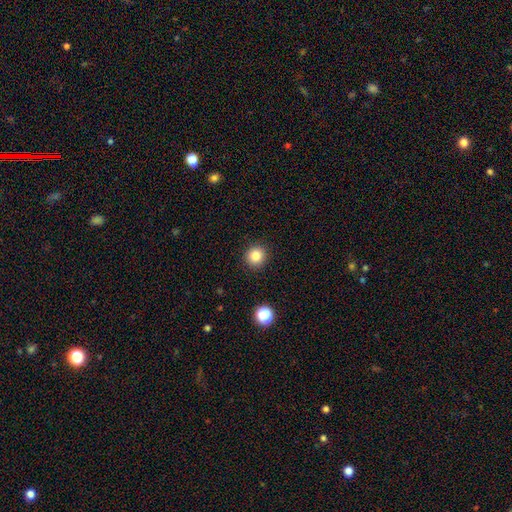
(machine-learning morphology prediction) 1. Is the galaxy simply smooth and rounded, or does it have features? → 84% smooth, 11% star or artifact, 5% featured or disk.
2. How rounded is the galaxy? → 91% round, 8% in between, 1% cigar-shaped.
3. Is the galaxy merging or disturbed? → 91% none, 6% minor disturbance, 2% major disturbance, 1% merger.